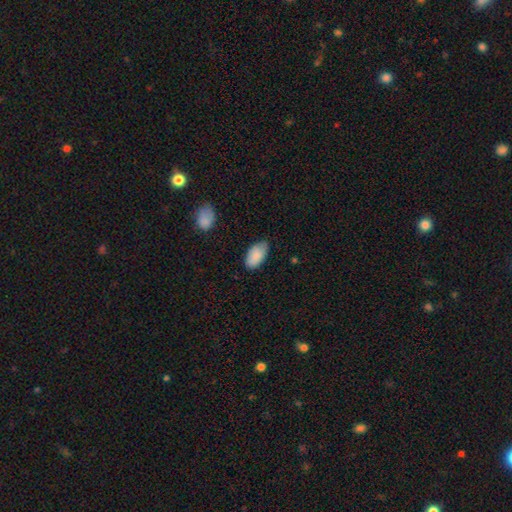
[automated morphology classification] Smooth or featured? smooth (87%)
How rounded? in between (95%)
Merging? none (71%)